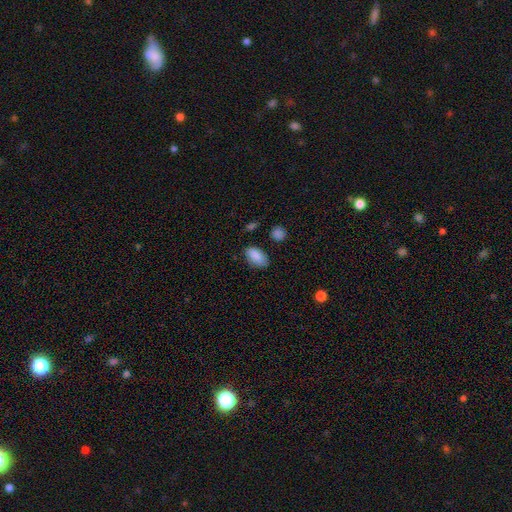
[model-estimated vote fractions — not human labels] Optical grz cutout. It shows a smooth galaxy with no disk features (88%) that is in between round and cigar-shaped (94%). Merging: none (79%).